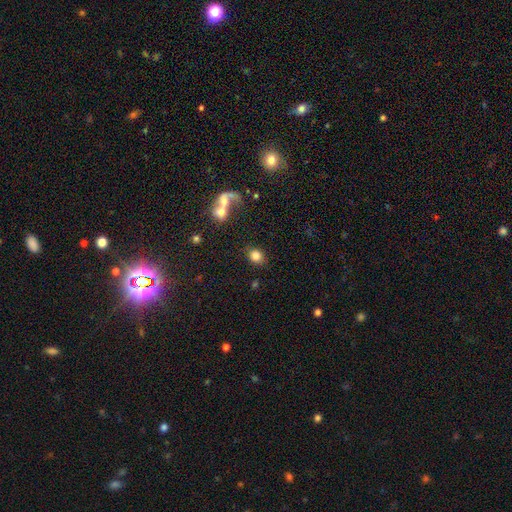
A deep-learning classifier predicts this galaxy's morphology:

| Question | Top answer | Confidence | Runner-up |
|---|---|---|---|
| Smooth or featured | smooth | 82% | star or artifact (10%) |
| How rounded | round | 63% | in between (36%) |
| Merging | none | 80% | minor disturbance (9%) |